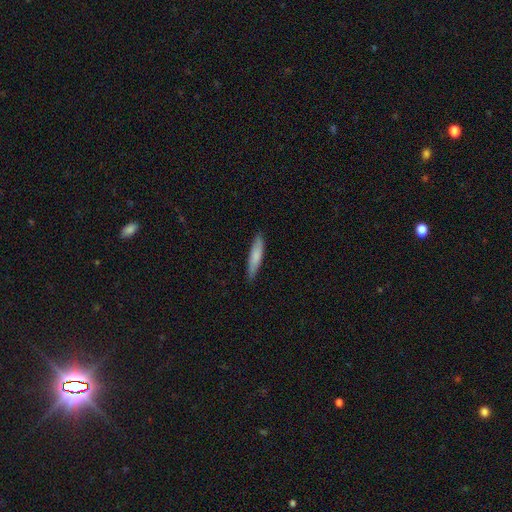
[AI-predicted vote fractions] Smooth or featured?
  - smooth: 76% *
  - featured or disk: 19%
  - star or artifact: 5%
How rounded?
  - cigar-shaped: 87% *
  - in between: 12%
  - round: 1%
Merging?
  - none: 86% *
  - minor disturbance: 11%
  - major disturbance: 2%
  - merger: 1%